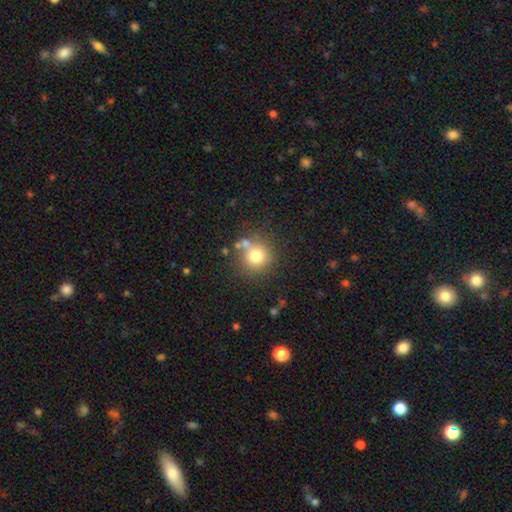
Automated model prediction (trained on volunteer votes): smooth_or_featured: smooth (p=0.75) [alt: star or artifact p=0.14]
how_rounded: round (p=0.91) [alt: in between p=0.08]
merging: none (p=0.72) [alt: merger p=0.12]